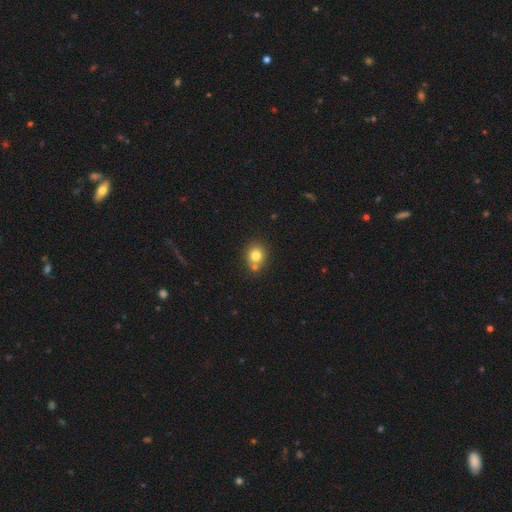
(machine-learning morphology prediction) Smooth or featured?
  - smooth: 78% *
  - star or artifact: 12%
  - featured or disk: 10%
How rounded?
  - round: 81% *
  - in between: 18%
  - cigar-shaped: 1%
Merging?
  - none: 63% *
  - merger: 24%
  - minor disturbance: 10%
  - major disturbance: 3%